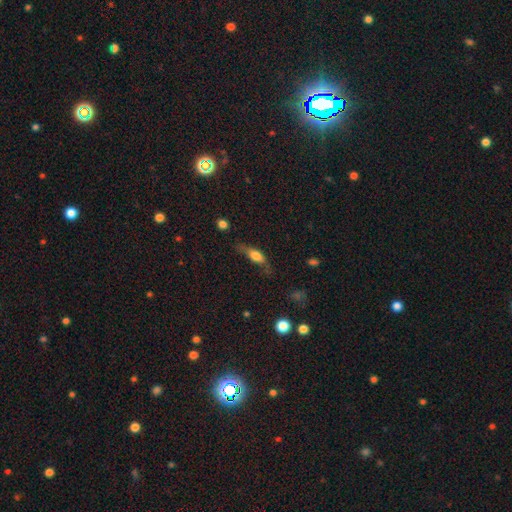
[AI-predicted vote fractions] smooth 58%, featured or disk 33%, star or artifact 9%. Down the decision tree: how rounded — in between (59%); merging — none (49%).